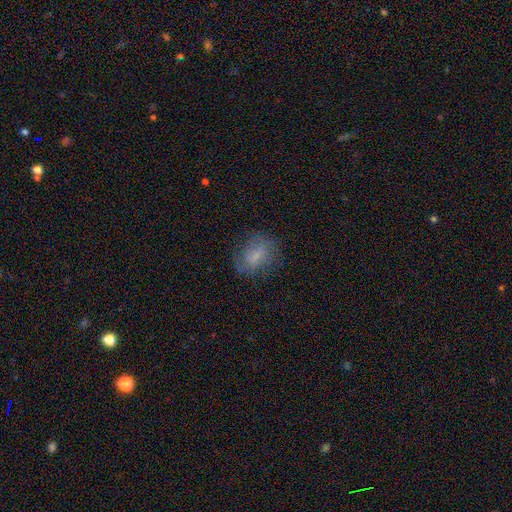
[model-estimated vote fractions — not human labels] Overall: smooth (58%; featured or disk 32%). How rounded: in between (65%; round 32%). Merging: none (66%).